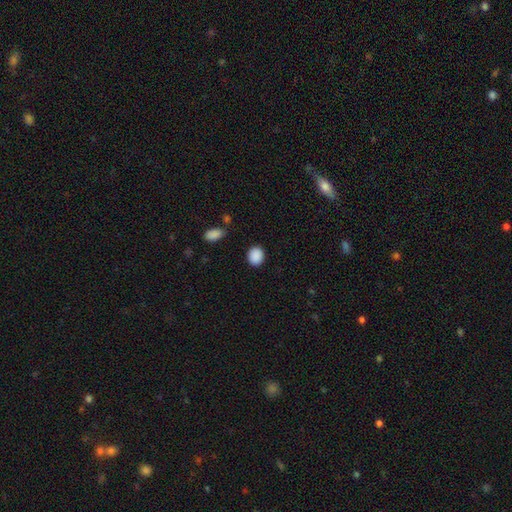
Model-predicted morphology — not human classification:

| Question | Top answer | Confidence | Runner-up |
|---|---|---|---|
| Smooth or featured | smooth | 90% | star or artifact (8%) |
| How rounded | round | 60% | in between (39%) |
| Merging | none | 88% | minor disturbance (8%) |